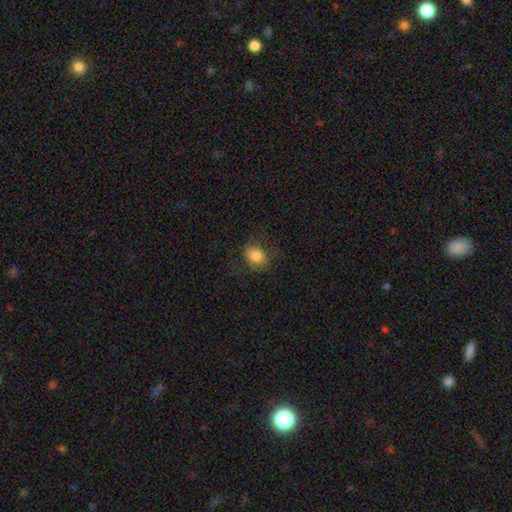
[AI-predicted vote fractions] This is clearly a smooth galaxy (80%). How rounded: possibly in between (51%). Merging: likely none (73%).